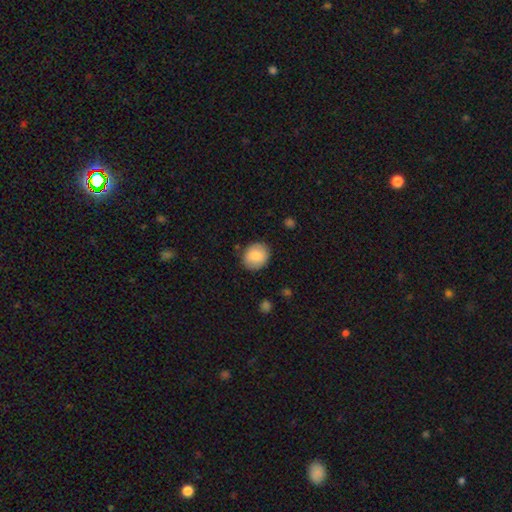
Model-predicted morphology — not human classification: Smooth or featured?
  - smooth: 83% *
  - featured or disk: 10%
  - star or artifact: 7%
How rounded?
  - round: 74% *
  - in between: 25%
  - cigar-shaped: 1%
Merging?
  - none: 86% *
  - minor disturbance: 11%
  - major disturbance: 3%
  - merger: 1%